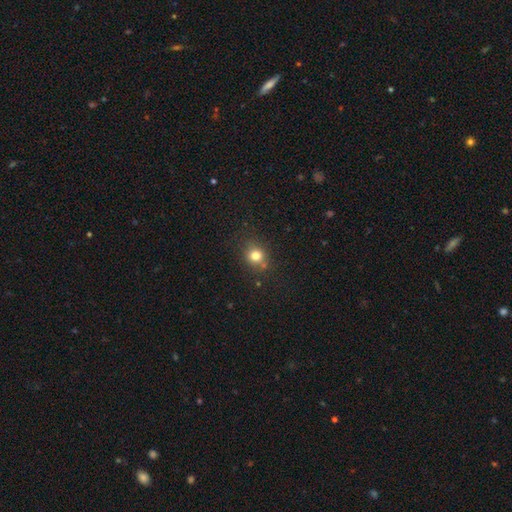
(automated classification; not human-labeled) smooth 77%, star or artifact 15%, featured or disk 8%. Down the decision tree: how rounded — round (81%); merging — none (76%).